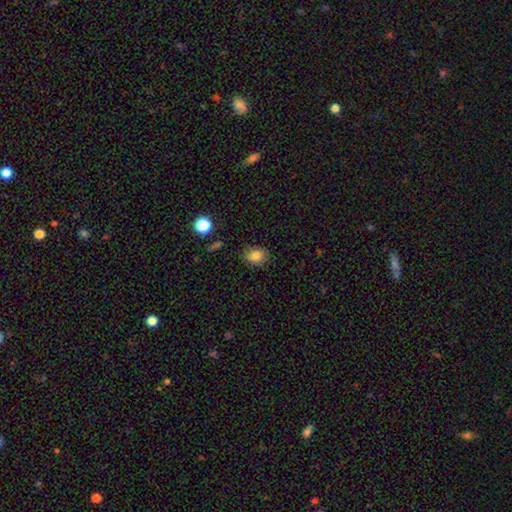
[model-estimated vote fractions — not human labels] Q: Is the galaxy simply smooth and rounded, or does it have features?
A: smooth — 84%.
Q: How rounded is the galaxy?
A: in between — 56%.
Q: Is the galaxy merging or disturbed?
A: none — 82%.